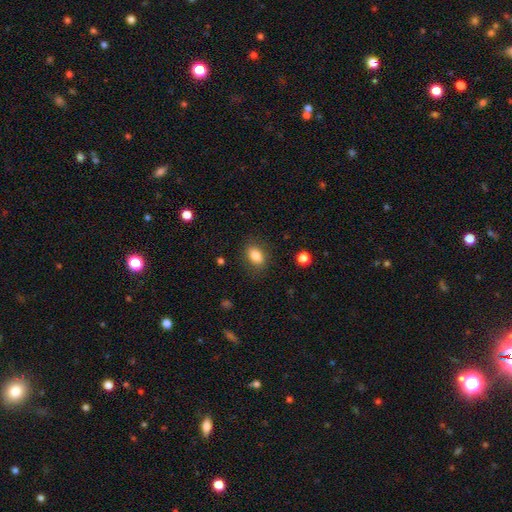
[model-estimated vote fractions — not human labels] smooth 84%, star or artifact 9%, featured or disk 7%. Down the decision tree: how rounded — in between (78%); merging — none (83%).